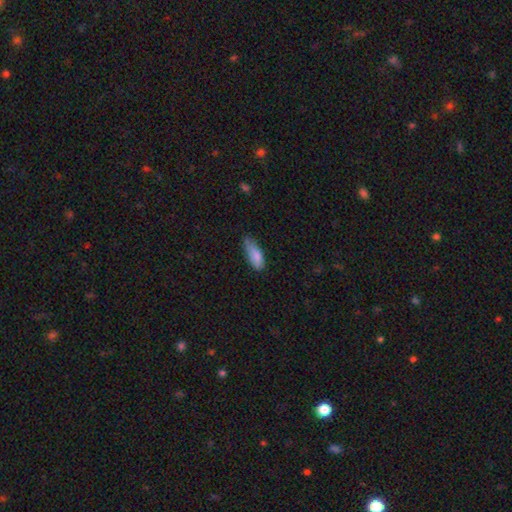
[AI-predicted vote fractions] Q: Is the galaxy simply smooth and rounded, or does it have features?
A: smooth — 84%.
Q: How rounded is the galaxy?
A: in between — 69%.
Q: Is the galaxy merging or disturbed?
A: none — 46%.